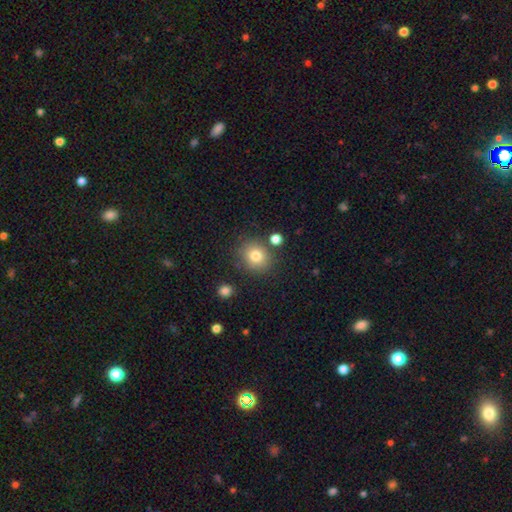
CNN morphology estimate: Smooth or featured: smooth — 79% (star or artifact — 12%)
How rounded: round — 80% (in between — 19%)
Merging: none — 80% (minor disturbance — 10%)